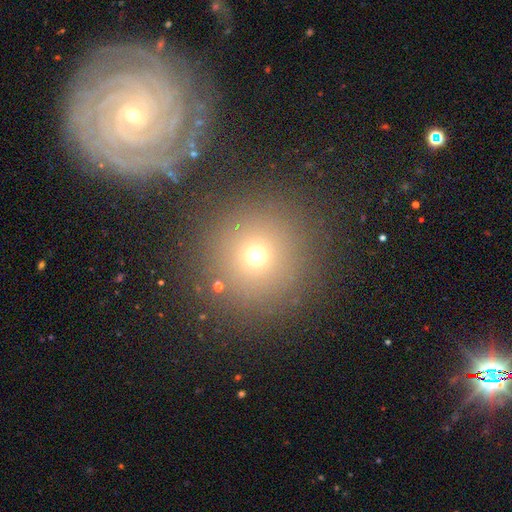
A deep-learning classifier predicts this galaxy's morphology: A smooth galaxy with no disk features (66%) that is round (95%).

Vote fractions:
- Smooth or featured? smooth: 66% / star or artifact: 25% / featured or disk: 9%
- How rounded? round: 95% / in between: 4% / cigar-shaped: 1%
- Merging? none: 86% / minor disturbance: 6% / major disturbance: 4% / merger: 3%